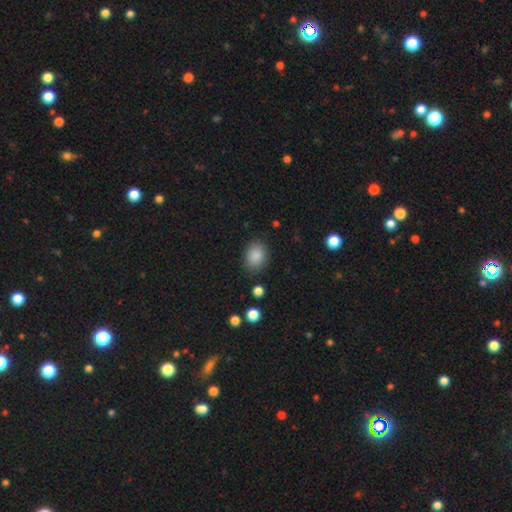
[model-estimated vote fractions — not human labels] A smooth galaxy with no disk features (86%) that is in between round and cigar-shaped (59%).

Vote fractions:
- Smooth or featured? smooth: 86% / star or artifact: 9% / featured or disk: 5%
- How rounded? in between: 59% / round: 40% / cigar-shaped: 1%
- Merging? none: 83% / minor disturbance: 11% / major disturbance: 3% / merger: 2%